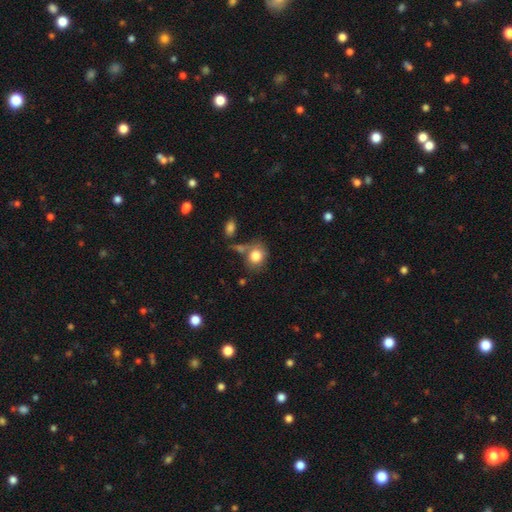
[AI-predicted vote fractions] A smooth galaxy with no disk features (81%) that is round (62%). Merging: none (57%).